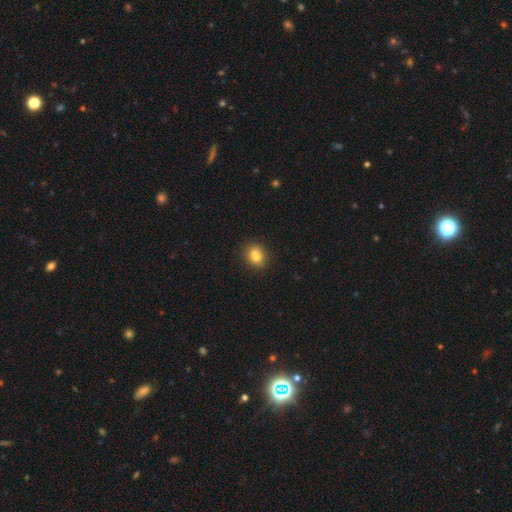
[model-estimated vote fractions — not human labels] Smooth or featured? smooth (77%)
How rounded? in between (53%)
Merging? none (64%)